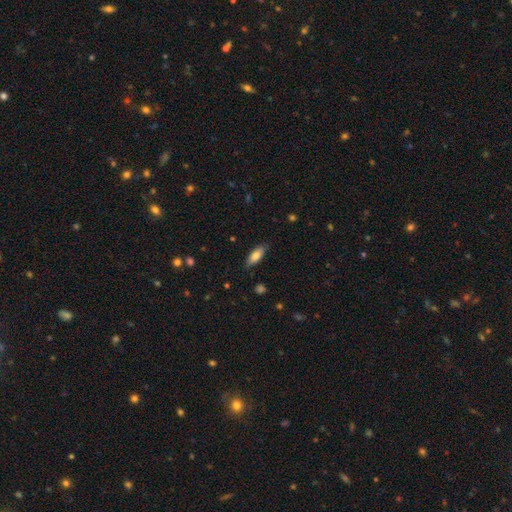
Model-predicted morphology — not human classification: A smooth galaxy with no disk features (80%) that is in between round and cigar-shaped (72%).

Vote fractions:
- Smooth or featured? smooth: 80% / featured or disk: 14% / star or artifact: 7%
- How rounded? in between: 72% / cigar-shaped: 26% / round: 2%
- Merging? none: 83% / minor disturbance: 14% / major disturbance: 3% / merger: 1%